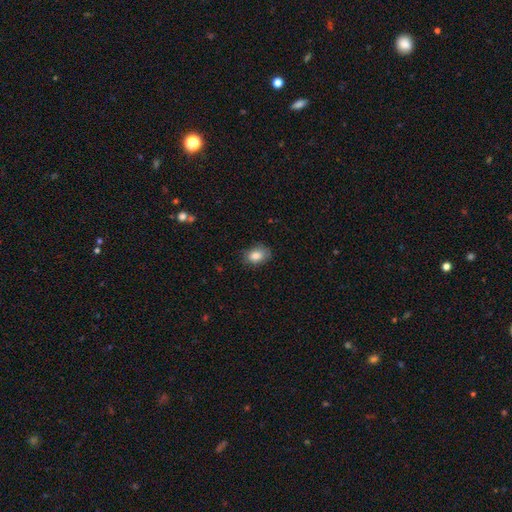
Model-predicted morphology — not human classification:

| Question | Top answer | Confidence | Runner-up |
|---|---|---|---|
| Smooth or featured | smooth | 85% | star or artifact (8%) |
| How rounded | in between | 79% | round (20%) |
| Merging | none | 77% | minor disturbance (19%) |